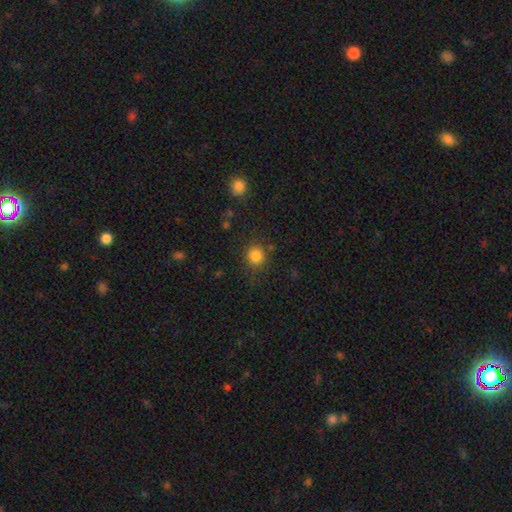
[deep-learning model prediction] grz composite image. It shows a smooth galaxy with no disk features (84%) that is round (86%). Merging: none (82%).